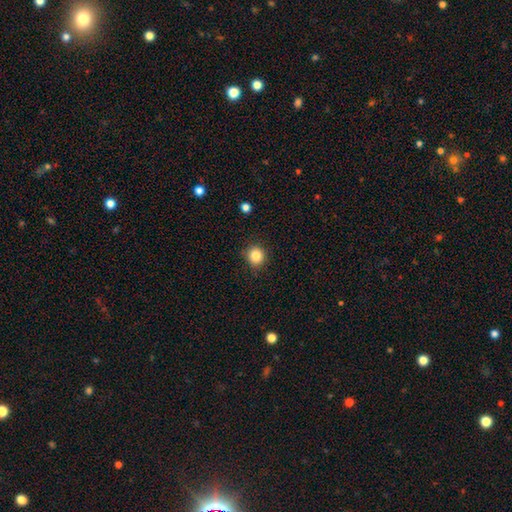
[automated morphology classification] A smooth galaxy with no disk features (84%) that is round (90%).

Vote fractions:
- Smooth or featured? smooth: 84% / star or artifact: 11% / featured or disk: 5%
- How rounded? round: 90% / in between: 9% / cigar-shaped: 1%
- Merging? none: 90% / minor disturbance: 7% / major disturbance: 2% / merger: 1%